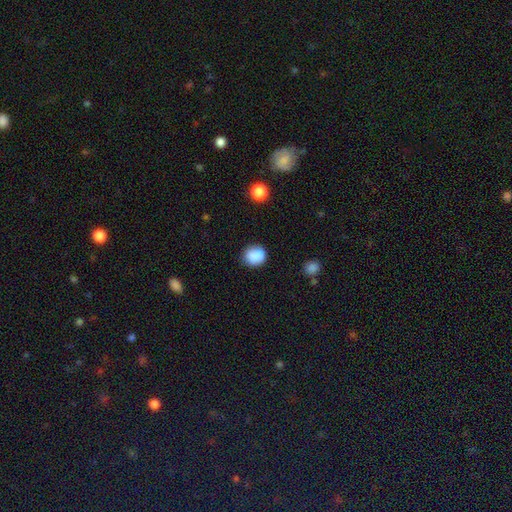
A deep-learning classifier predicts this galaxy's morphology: Smooth or featured?
  - smooth: 82% *
  - star or artifact: 9%
  - featured or disk: 8%
How rounded?
  - round: 71% *
  - in between: 28%
  - cigar-shaped: 1%
Merging?
  - none: 66% *
  - minor disturbance: 17%
  - merger: 12%
  - major disturbance: 5%